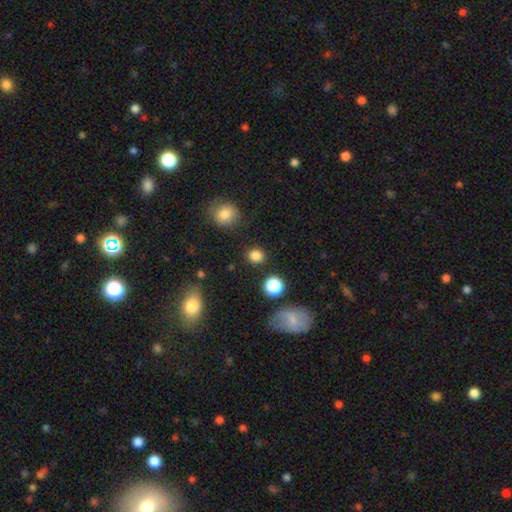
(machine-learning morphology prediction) Smooth or featured: smooth — 83% (star or artifact — 13%)
How rounded: round — 78% (in between — 21%)
Merging: none — 87% (minor disturbance — 8%)